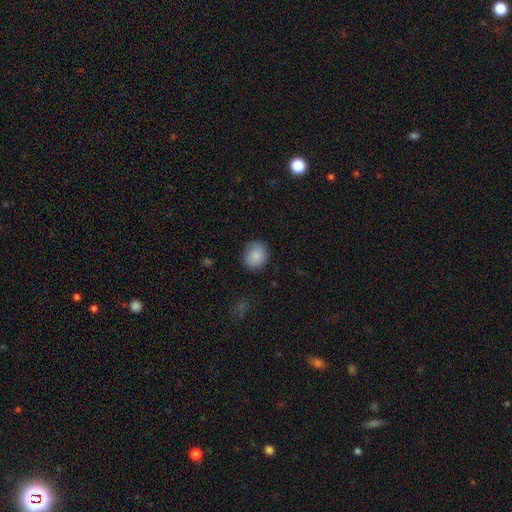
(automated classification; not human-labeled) Morphology: type=smooth (88%); roundness=round (72%); merging=none (85%).